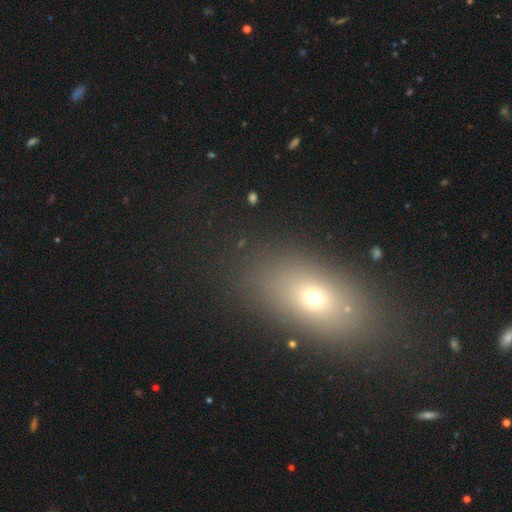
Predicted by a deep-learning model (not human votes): This appears to be a smooth galaxy with no disk features (63%) that is in between round and cigar-shaped (74%). Merging: none (85%).